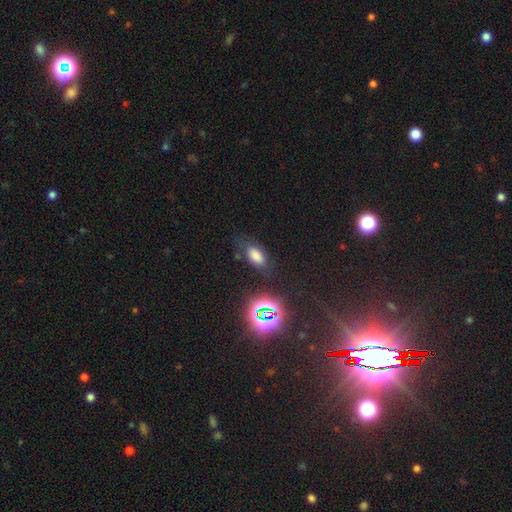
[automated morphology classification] This is likely a smooth galaxy (70%). How rounded: clearly in between (88%). Merging: likely none (74%).